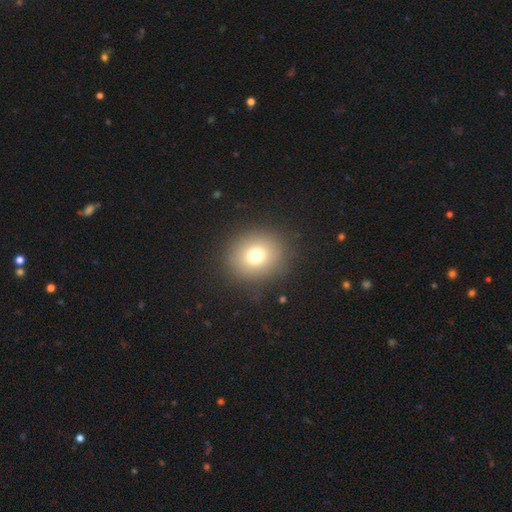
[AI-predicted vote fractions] Smooth or featured? Predicted: smooth (p=0.75). How rounded? Predicted: round (p=0.80). Merging? Predicted: none (p=0.87).